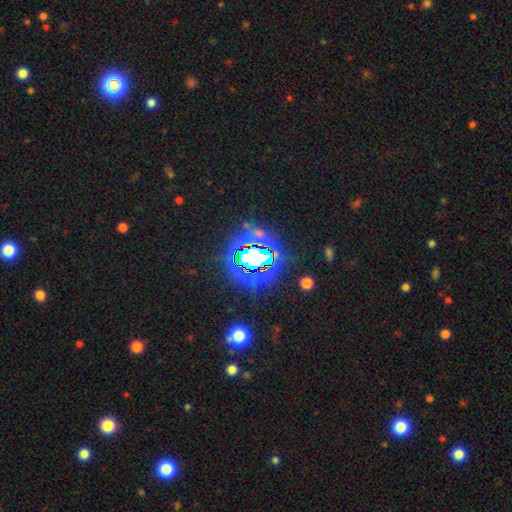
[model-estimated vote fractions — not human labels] Morphology: type=star or artifact (77%).